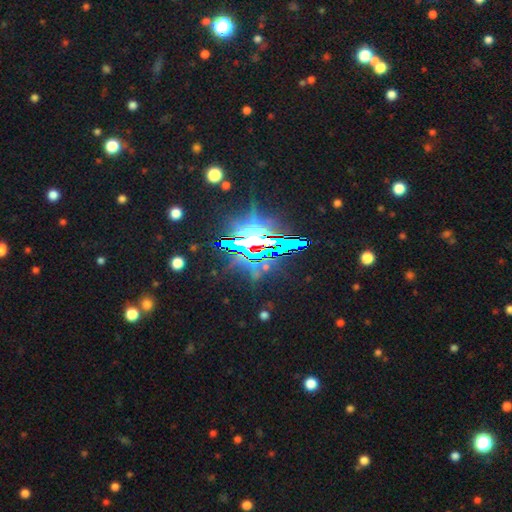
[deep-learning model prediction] The model was most divided on "smooth or featured": star or artifact: 77%, featured or disk: 12%, smooth: 10%.